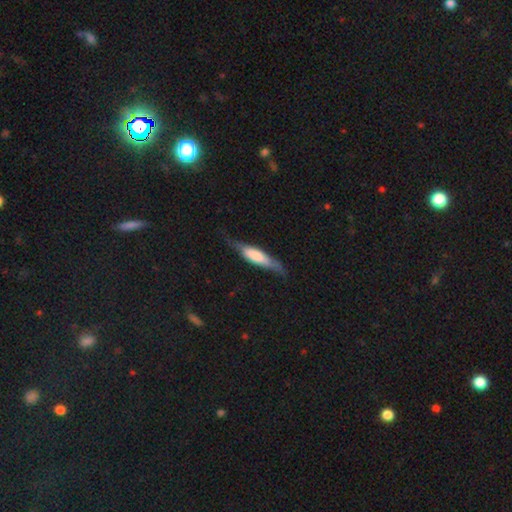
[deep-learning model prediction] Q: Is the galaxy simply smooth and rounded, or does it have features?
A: smooth — 51%.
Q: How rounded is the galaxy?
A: cigar-shaped — 70%.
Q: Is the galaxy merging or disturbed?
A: none — 66%.